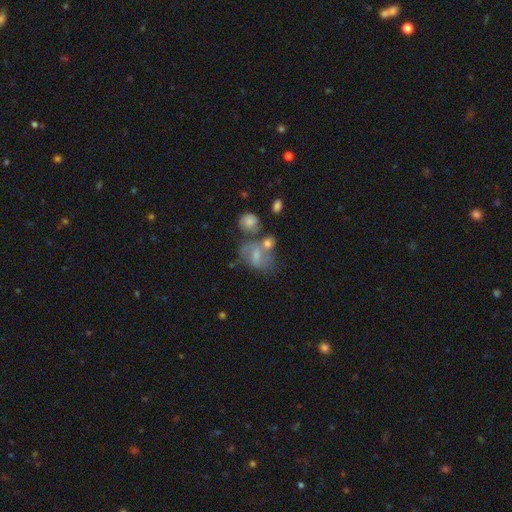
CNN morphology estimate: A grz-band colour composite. It shows a smooth galaxy with no disk features (51%) that is in between round and cigar-shaped (65%). Merging: none (33%).